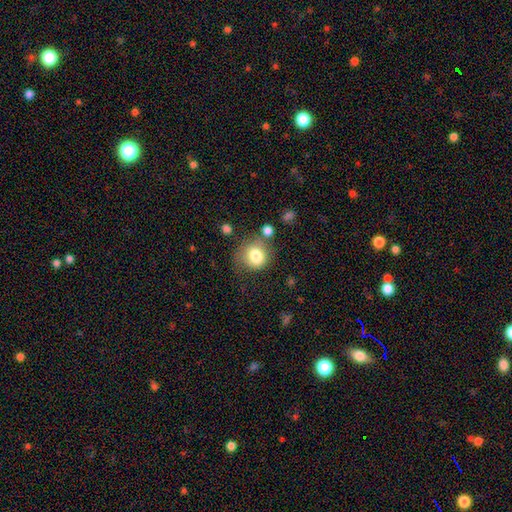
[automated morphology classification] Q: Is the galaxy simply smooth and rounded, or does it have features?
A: smooth — 79%.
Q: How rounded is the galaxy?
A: round — 80%.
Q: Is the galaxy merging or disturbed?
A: none — 61%.